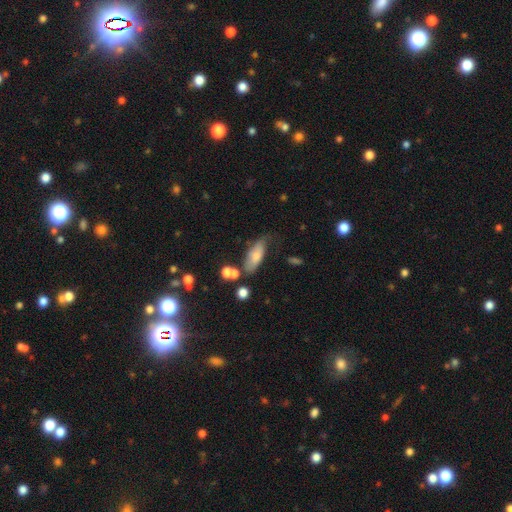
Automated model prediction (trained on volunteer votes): smooth_or_featured: smooth (p=0.71) [alt: featured or disk p=0.21]
how_rounded: in between (p=0.72) [alt: cigar-shaped p=0.25]
merging: none (p=0.50) [alt: minor disturbance p=0.28]